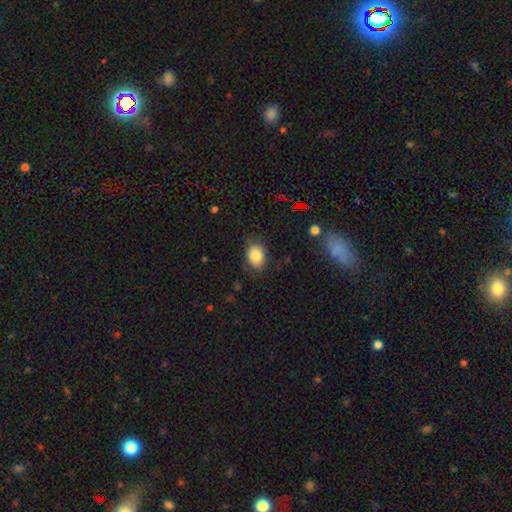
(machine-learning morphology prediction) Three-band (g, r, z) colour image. It shows a smooth galaxy with no disk features (81%) that is in between round and cigar-shaped (68%). Merging: none (77%).